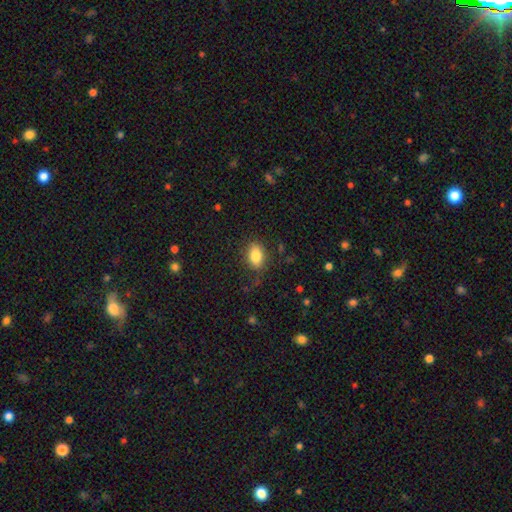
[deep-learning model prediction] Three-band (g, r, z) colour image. It shows a smooth galaxy with no disk features (82%) that is in between round and cigar-shaped (85%). Merging: none (78%).